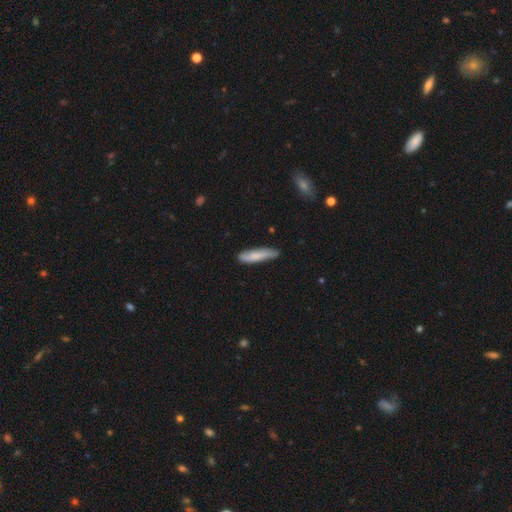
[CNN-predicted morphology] This appears to be a smooth galaxy with no disk features (77%) that is cigar-shaped (81%). Merging: none (74%).